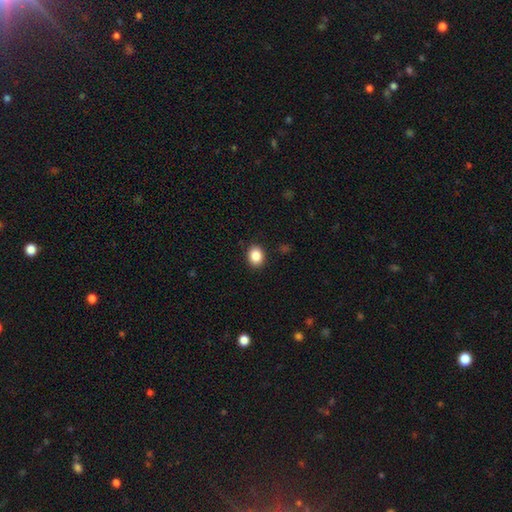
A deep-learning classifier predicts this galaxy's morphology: smooth_or_featured: smooth (p=0.87) [alt: star or artifact p=0.09]
how_rounded: round (p=0.54) [alt: in between p=0.45]
merging: none (p=0.90) [alt: minor disturbance p=0.07]